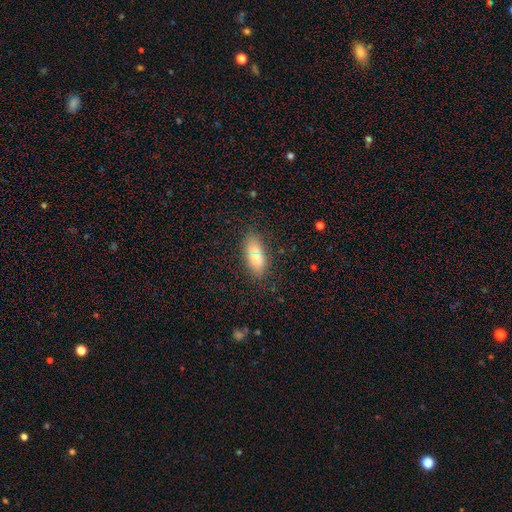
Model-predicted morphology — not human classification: A smooth galaxy with no disk features (74%) that is in between round and cigar-shaped (79%). Merging: none (79%).